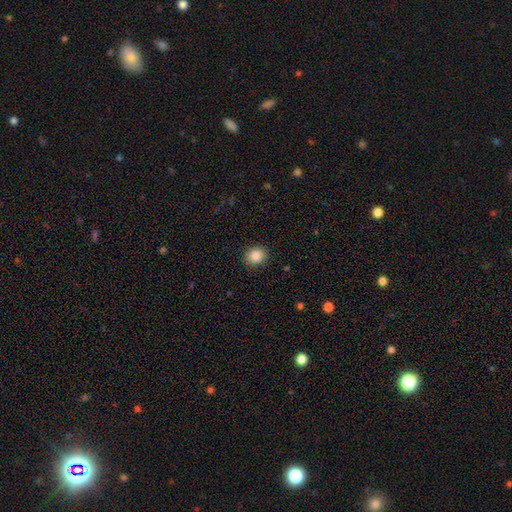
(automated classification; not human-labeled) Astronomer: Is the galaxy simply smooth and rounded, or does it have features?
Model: smooth — 86%.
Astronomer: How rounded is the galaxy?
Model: round — 63%.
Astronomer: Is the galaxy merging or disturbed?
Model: none — 90%.